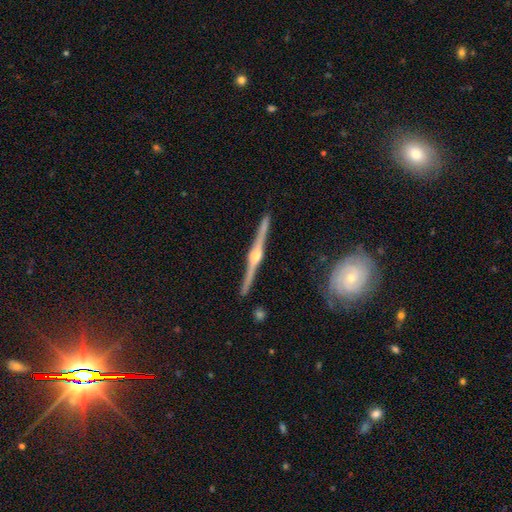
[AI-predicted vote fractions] Morphology: type=featured or disk (88%); edge-on=yes (99%); edge-on bulge=rounded (93%); merging=none (91%).